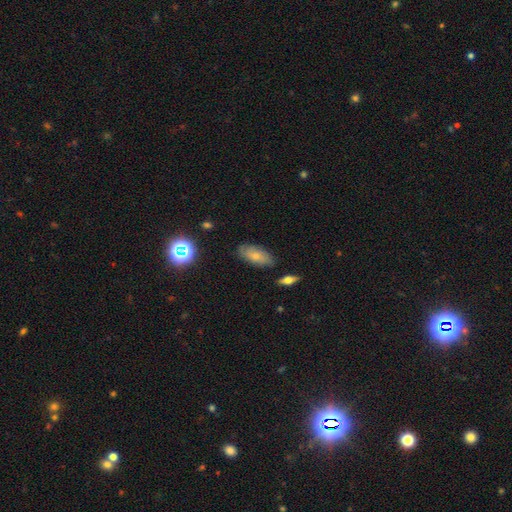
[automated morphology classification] Smooth or featured? Predicted: smooth (p=0.67). How rounded? Predicted: in between (p=0.88). Merging? Predicted: none (p=0.80).